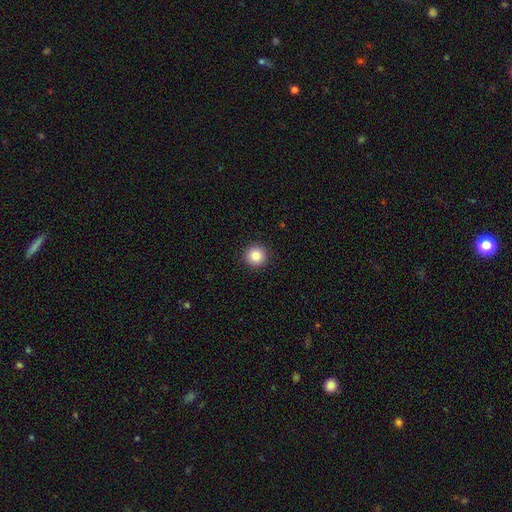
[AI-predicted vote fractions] Morphology: type=smooth (85%); roundness=round (96%); merging=none (93%).